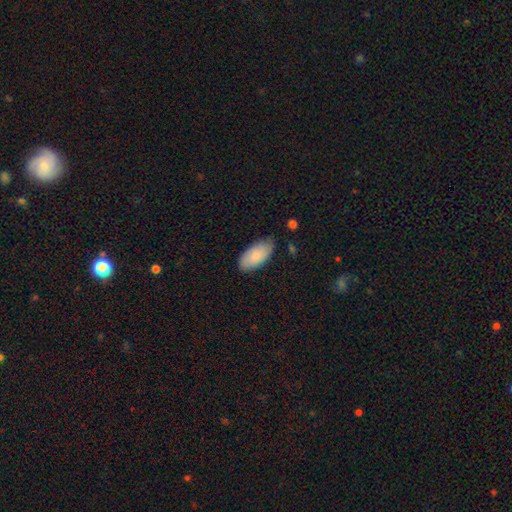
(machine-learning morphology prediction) A smooth galaxy with no disk features (84%) that is in between round and cigar-shaped (93%). Merging: none (78%).